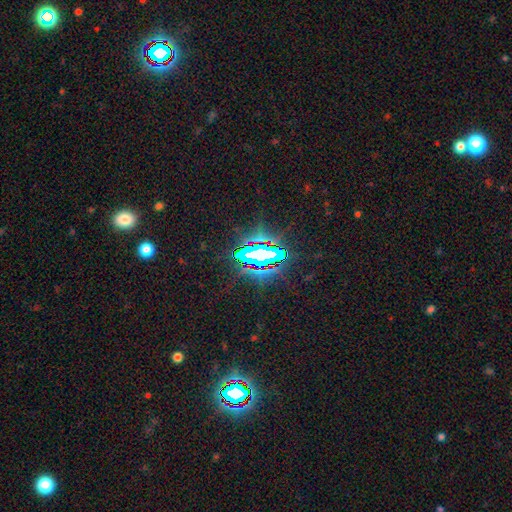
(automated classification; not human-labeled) Overall: star or artifact (78%).